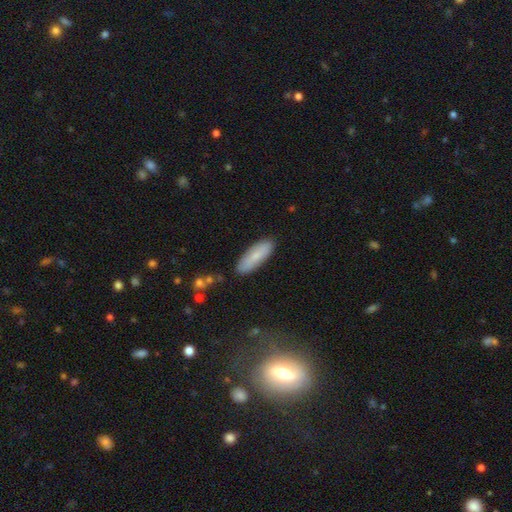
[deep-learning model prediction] Smooth or featured?
  - smooth: 73% *
  - featured or disk: 20%
  - star or artifact: 7%
How rounded?
  - in between: 55% *
  - cigar-shaped: 44%
  - round: 2%
Merging?
  - none: 86% *
  - minor disturbance: 10%
  - major disturbance: 2%
  - merger: 2%